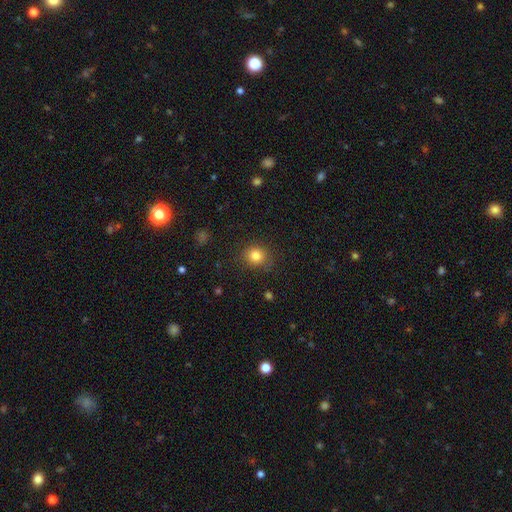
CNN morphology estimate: This is clearly a smooth galaxy (83%). How rounded: clearly round (81%). Merging: clearly none (82%).